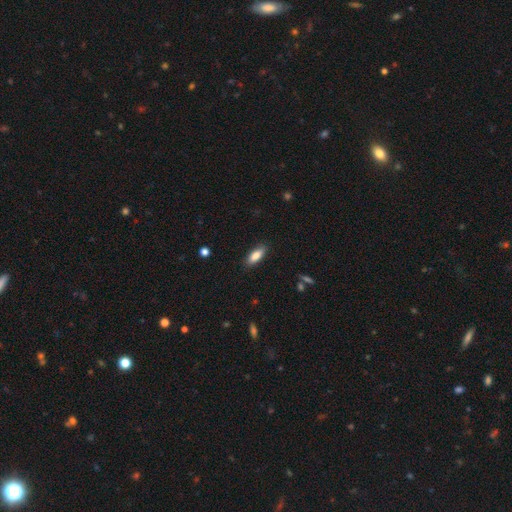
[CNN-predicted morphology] A smooth galaxy with no disk features (83%) that is in between round and cigar-shaped (72%). Merging: none (86%).